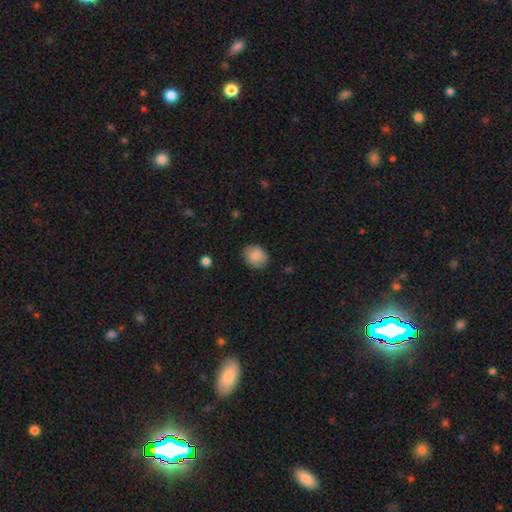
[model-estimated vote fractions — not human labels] smooth_or_featured: smooth (p=0.83) [alt: featured or disk p=0.10]
how_rounded: round (p=0.57) [alt: in between p=0.42]
merging: none (p=0.79) [alt: minor disturbance p=0.17]